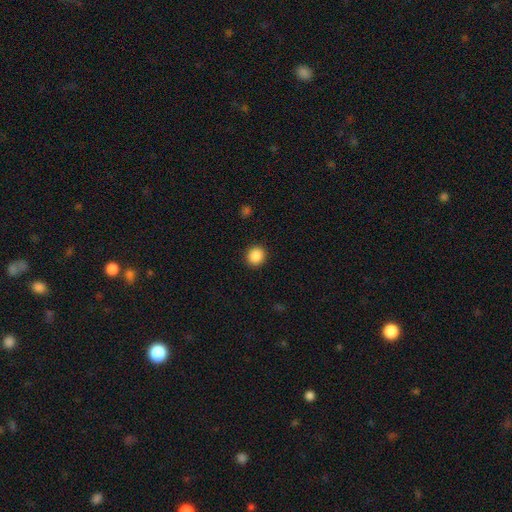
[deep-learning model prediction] Morphology: type=smooth (88%); roundness=round (87%); merging=none (92%).